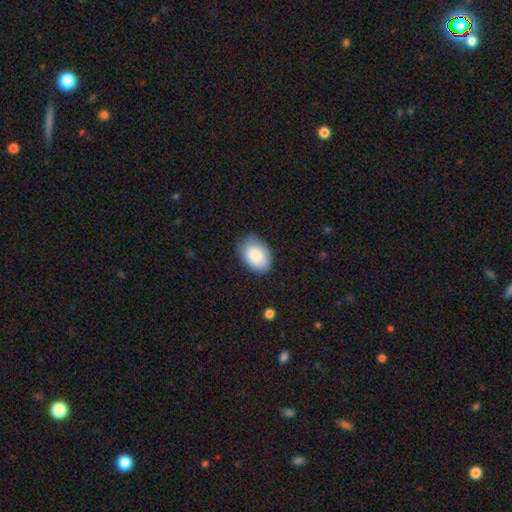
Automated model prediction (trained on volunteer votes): Smooth or featured? smooth (87%)
How rounded? in between (85%)
Merging? none (79%)